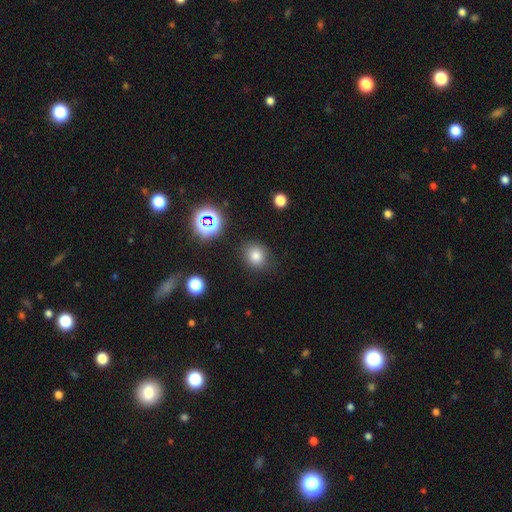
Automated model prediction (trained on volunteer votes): Smooth or featured? smooth (77%)
How rounded? round (74%)
Merging? none (83%)